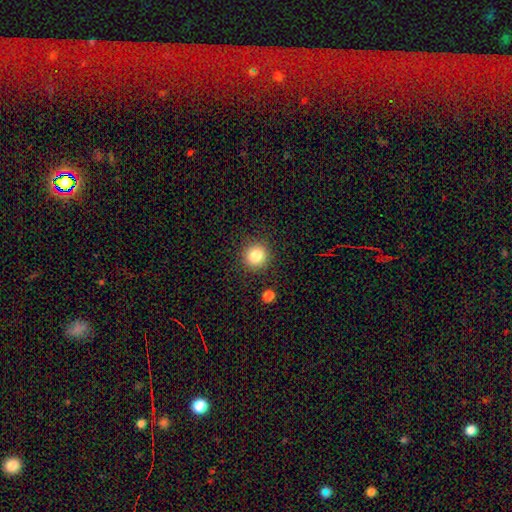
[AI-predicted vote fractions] Q: Smooth or featured?
A: smooth (83%); runner-up: star or artifact (11%)
Q: How rounded?
A: round (93%); runner-up: in between (6%)
Q: Merging?
A: none (89%); runner-up: minor disturbance (7%)